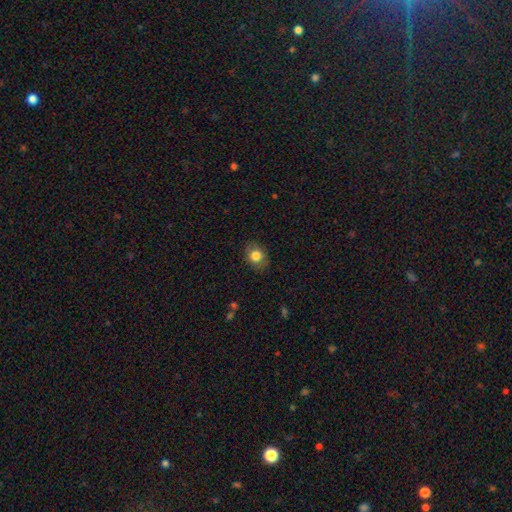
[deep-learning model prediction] A smooth galaxy with no disk features (79%) that is in between round and cigar-shaped (52%).

Vote fractions:
- Smooth or featured? smooth: 79% / featured or disk: 12% / star or artifact: 9%
- How rounded? in between: 52% / round: 47% / cigar-shaped: 1%
- Merging? none: 83% / minor disturbance: 12% / major disturbance: 3% / merger: 1%